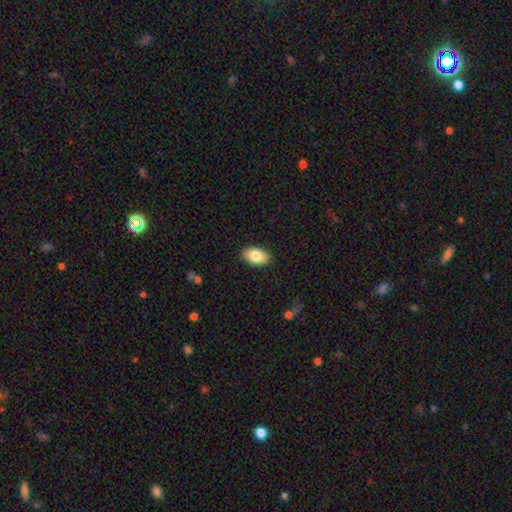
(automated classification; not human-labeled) Morphology: type=smooth (81%); roundness=in between (94%); merging=none (89%).